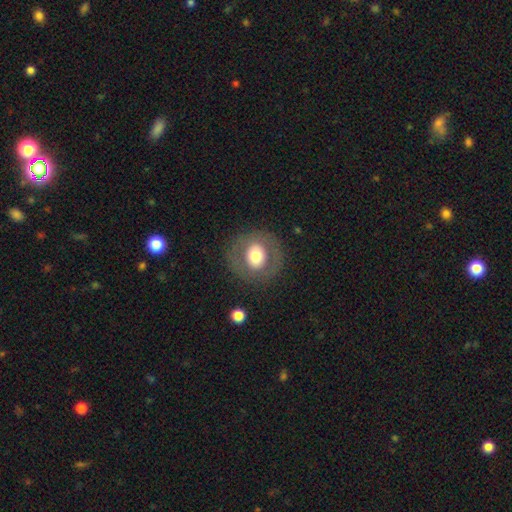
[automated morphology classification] smooth_or_featured: smooth (p=0.58) [alt: featured or disk p=0.33]
how_rounded: round (p=0.84) [alt: in between p=0.15]
merging: none (p=0.82) [alt: minor disturbance p=0.09]